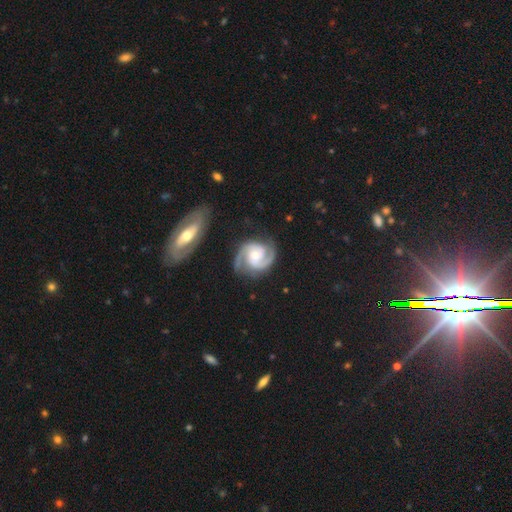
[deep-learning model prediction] The model was most divided on "bulge size": moderate: 47%, small: 40%, large: 7%, none: 5%, dominant: 1%. More confident: spiral arms — yes (99%); edge-on disk — no (98%); smooth or featured — featured or disk (92%); spiral arm count — 2 (92%); merging — none (78%); bar — no (58%); spiral winding — medium (51%).